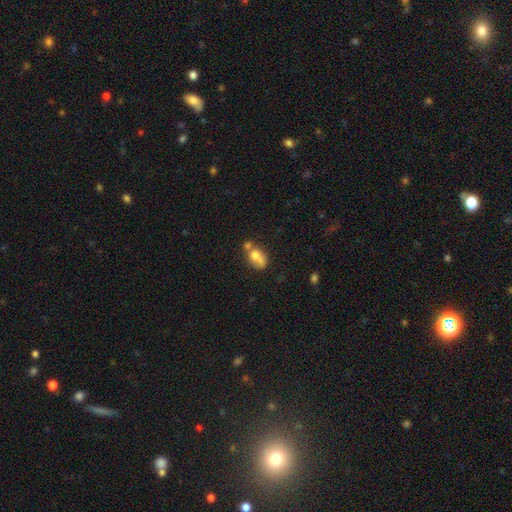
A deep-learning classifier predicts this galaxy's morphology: Smooth or featured?
  - smooth: 66% *
  - featured or disk: 24%
  - star or artifact: 10%
How rounded?
  - in between: 72% *
  - round: 26%
  - cigar-shaped: 2%
Merging?
  - merger: 47% *
  - none: 27%
  - minor disturbance: 16%
  - major disturbance: 11%